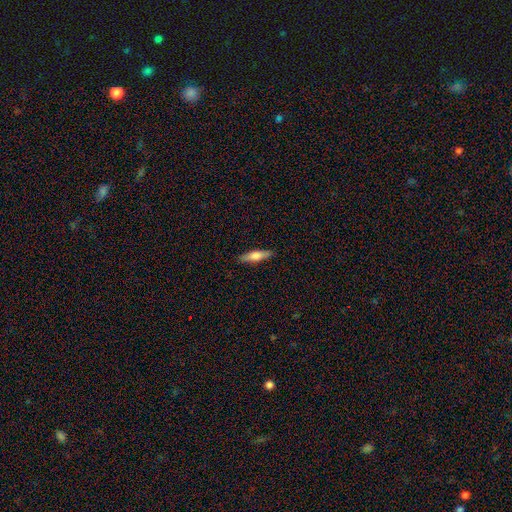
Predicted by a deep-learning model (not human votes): This appears to be a smooth galaxy with no disk features (61%) that is cigar-shaped (70%). Merging: none (89%).